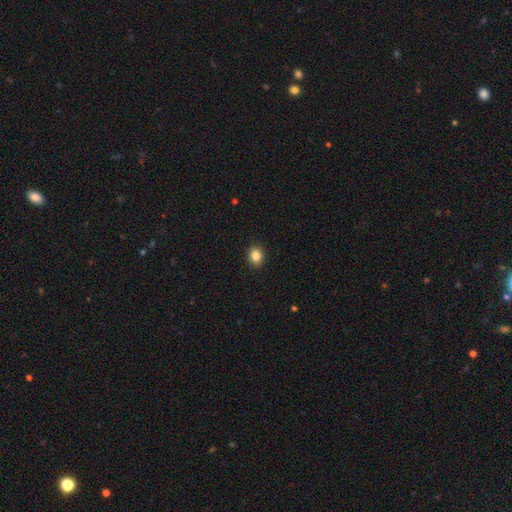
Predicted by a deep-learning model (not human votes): A smooth galaxy with no disk features (86%) that is round (63%).

Vote fractions:
- Smooth or featured? smooth: 86% / star or artifact: 10% / featured or disk: 4%
- How rounded? round: 63% / in between: 36% / cigar-shaped: 1%
- Merging? none: 91% / minor disturbance: 6% / major disturbance: 2% / merger: 1%